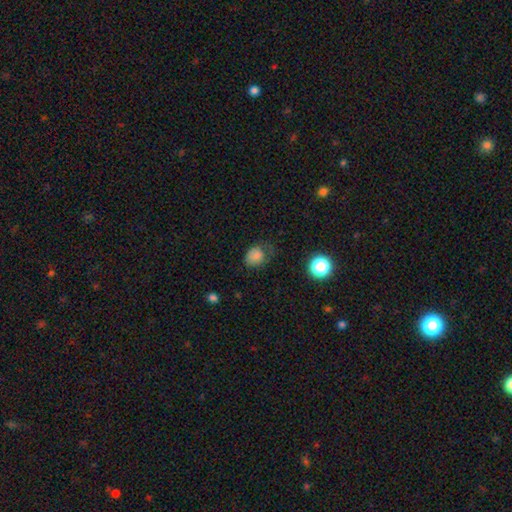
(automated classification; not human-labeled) Smooth or featured? smooth (79%)
How rounded? round (55%)
Merging? none (46%)